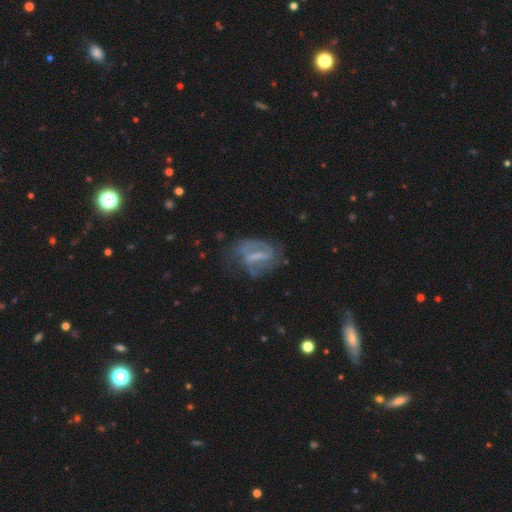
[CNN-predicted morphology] This is likely a featured or disk galaxy (73%). It is clearly not viewed edge-on (95%). Bar: possibly strong (49%). Spiral arm pattern: likely yes (79%). Spiral arm count: likely 2 (63%). Spiral winding: marginally medium (43%). Central bulge: marginally none (41%). Merging: possibly none (54%).